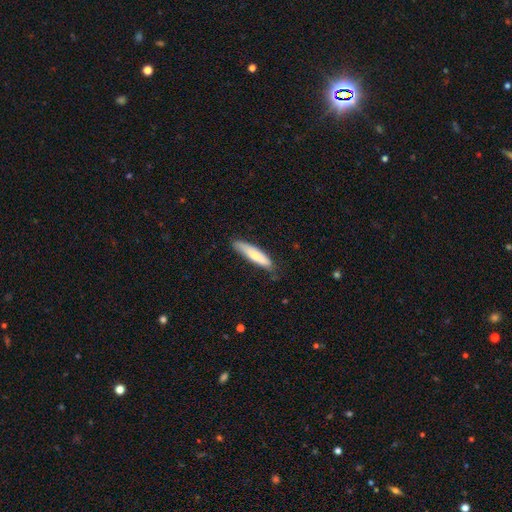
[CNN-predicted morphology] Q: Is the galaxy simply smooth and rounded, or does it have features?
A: smooth — 71%.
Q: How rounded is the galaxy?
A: cigar-shaped — 77%.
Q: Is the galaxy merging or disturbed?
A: none — 73%.